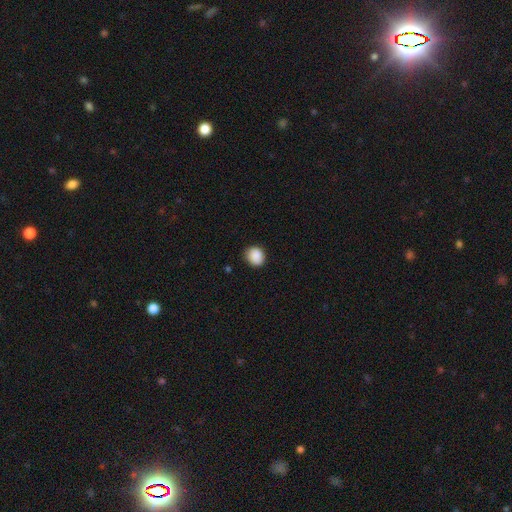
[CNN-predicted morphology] This is clearly a smooth galaxy (89%). How rounded: likely round (68%). Merging: clearly none (85%).